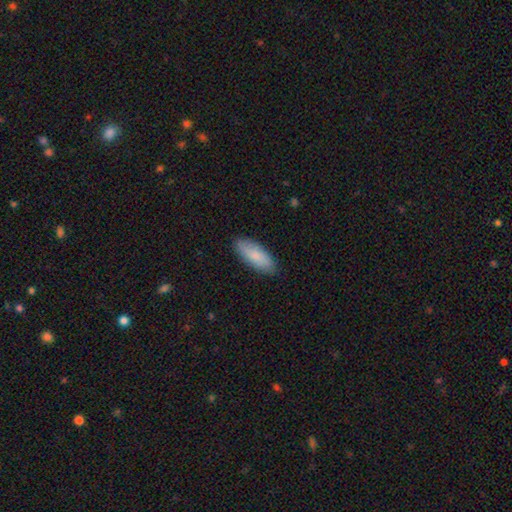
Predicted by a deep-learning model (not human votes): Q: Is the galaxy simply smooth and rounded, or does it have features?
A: smooth — 85%.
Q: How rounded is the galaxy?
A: in between — 75%.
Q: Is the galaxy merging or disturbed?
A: none — 88%.